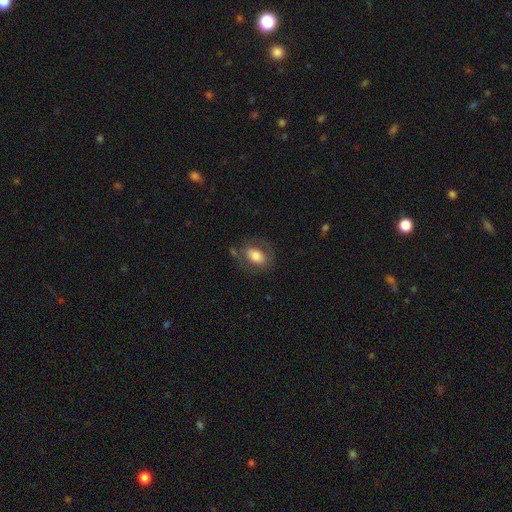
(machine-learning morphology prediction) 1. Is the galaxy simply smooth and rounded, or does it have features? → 66% smooth, 27% featured or disk, 7% star or artifact.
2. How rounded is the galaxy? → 80% in between, 18% round, 2% cigar-shaped.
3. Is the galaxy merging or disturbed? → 63% none, 19% minor disturbance, 13% major disturbance, 5% merger.